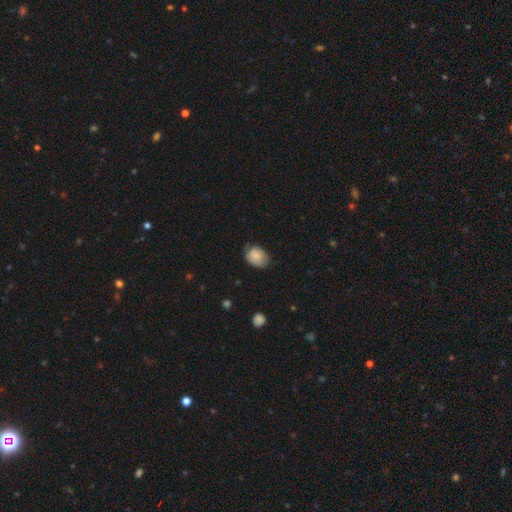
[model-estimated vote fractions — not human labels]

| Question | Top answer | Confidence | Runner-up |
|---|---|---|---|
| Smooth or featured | smooth | 80% | featured or disk (12%) |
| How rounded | in between | 59% | round (40%) |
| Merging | none | 63% | minor disturbance (29%) |